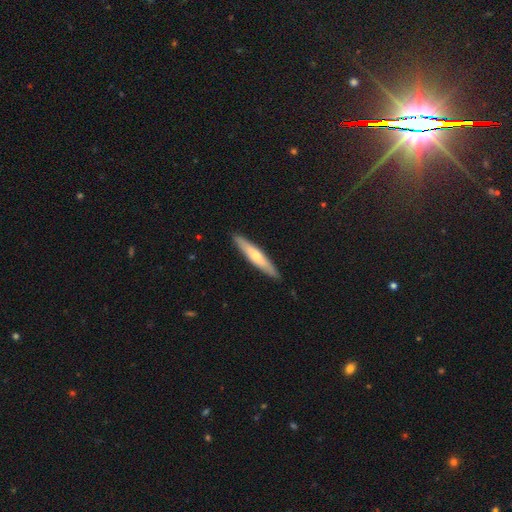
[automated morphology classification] Overall: smooth (53%; featured or disk 42%). How rounded: cigar-shaped (91%). Merging: none (90%).